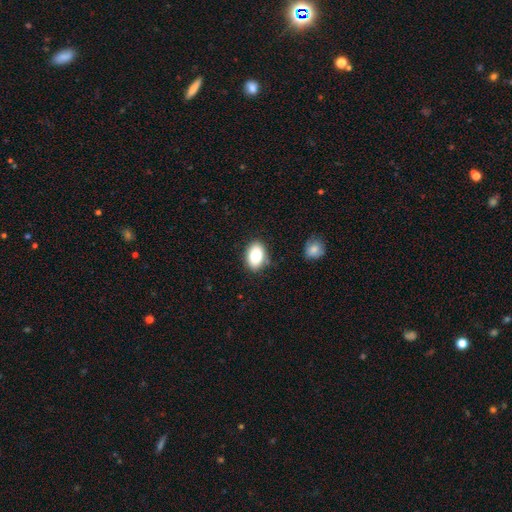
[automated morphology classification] smooth-or-featured: smooth: 82% | featured or disk: 10% | star or artifact: 8%
  how-rounded: in between: 86% | round: 13% | cigar-shaped: 1%
  merging: none: 84% | minor disturbance: 11% | major disturbance: 3% | merger: 2%